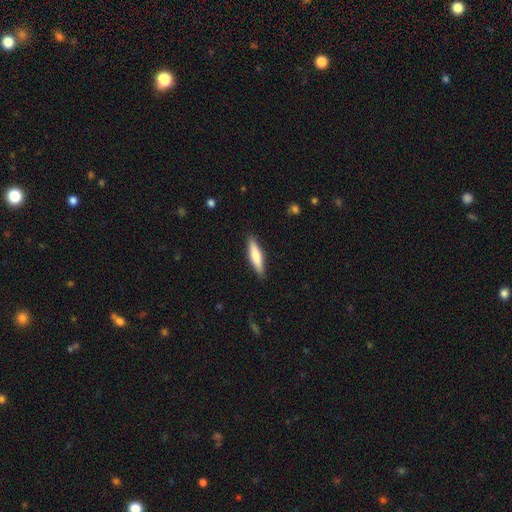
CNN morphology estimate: type=smooth (62%); roundness=cigar-shaped (75%); merging=none (89%).